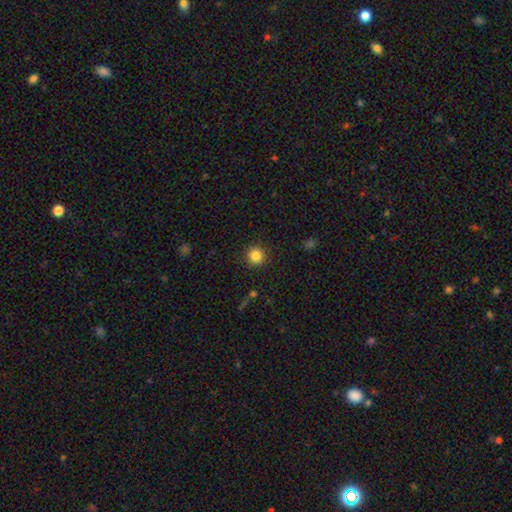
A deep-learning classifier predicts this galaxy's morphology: A smooth galaxy with no disk features (84%) that is round (95%).

Vote fractions:
- Smooth or featured? smooth: 84% / star or artifact: 11% / featured or disk: 5%
- How rounded? round: 95% / in between: 4% / cigar-shaped: 1%
- Merging? none: 91% / minor disturbance: 6% / major disturbance: 2% / merger: 1%